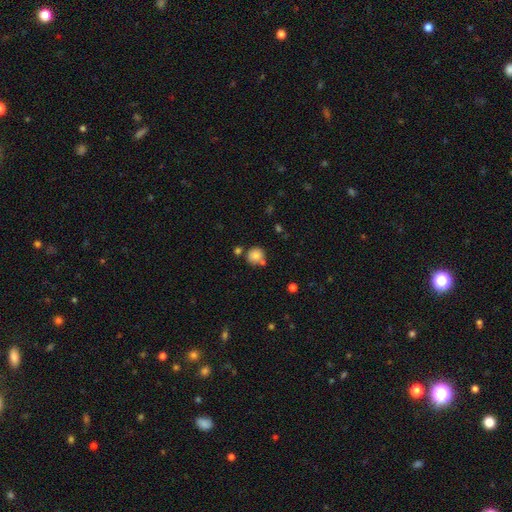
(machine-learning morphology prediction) A smooth galaxy with no disk features (78%) that is round (91%). Merging: none (72%).